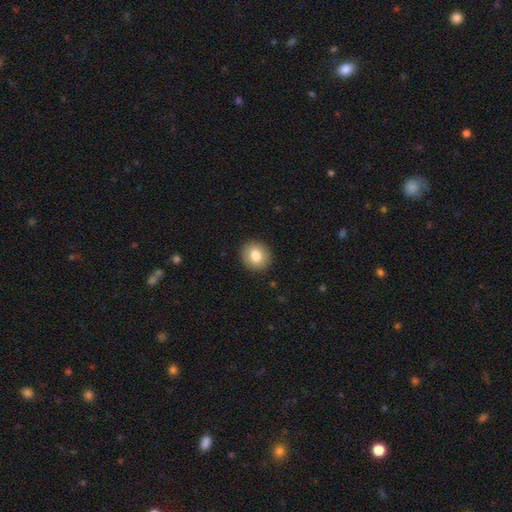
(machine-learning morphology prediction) Q: Smooth or featured?
A: smooth (82%); runner-up: featured or disk (10%)
Q: How rounded?
A: round (77%); runner-up: in between (22%)
Q: Merging?
A: none (90%); runner-up: minor disturbance (7%)